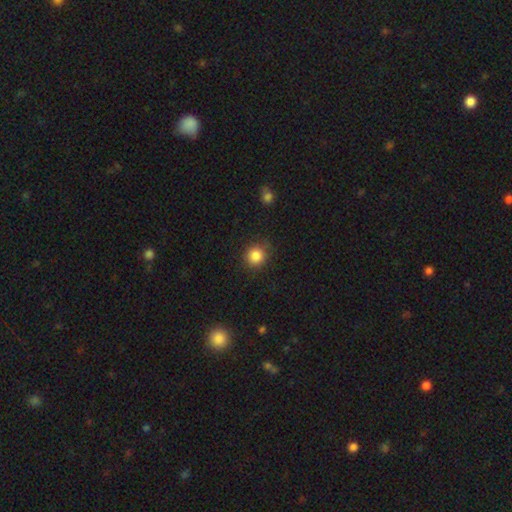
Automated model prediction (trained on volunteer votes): This appears to be a smooth galaxy with no disk features (86%) that is round (90%). Merging: none (84%).